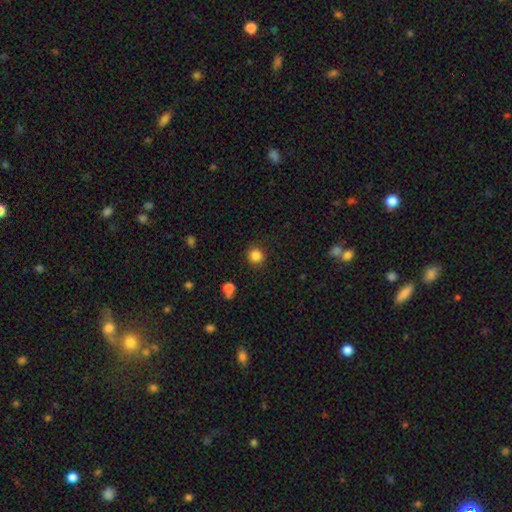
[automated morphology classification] Overall: smooth (85%). How rounded: round (90%). Merging: none (90%).